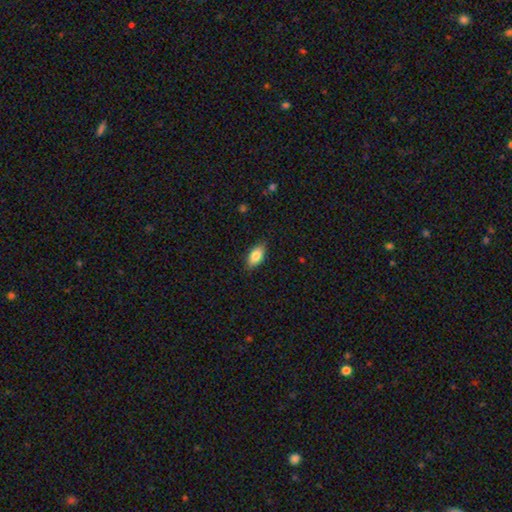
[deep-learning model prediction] Morphology: type=smooth (81%); roundness=in between (90%); merging=none (84%).